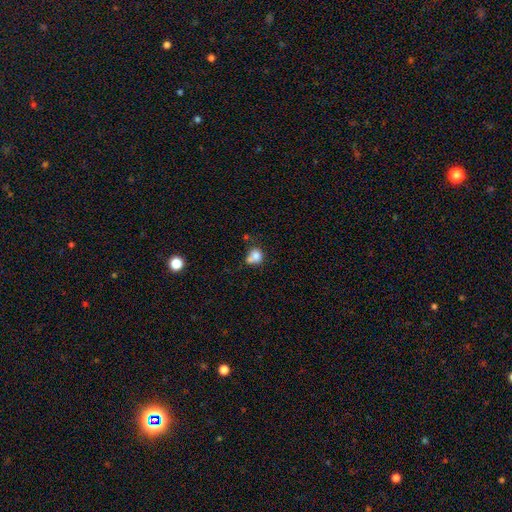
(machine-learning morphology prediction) Smooth or featured? smooth (76%)
How rounded? round (72%)
Merging? none (38%)